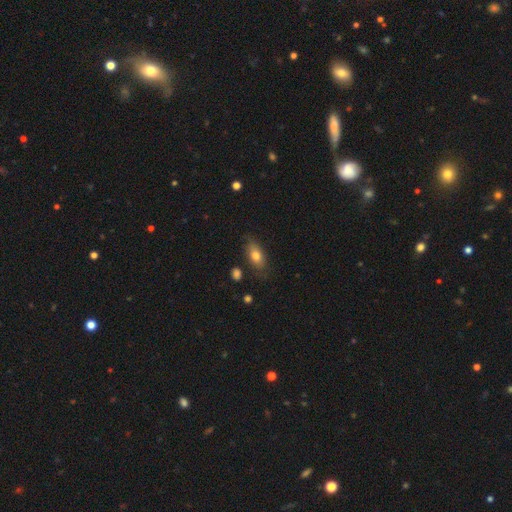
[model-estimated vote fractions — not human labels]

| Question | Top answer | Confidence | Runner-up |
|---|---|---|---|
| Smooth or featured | smooth | 75% | featured or disk (17%) |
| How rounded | in between | 86% | cigar-shaped (8%) |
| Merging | none | 75% | minor disturbance (18%) |